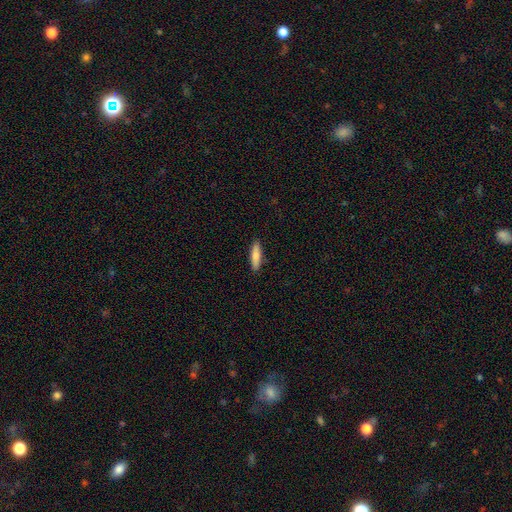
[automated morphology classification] Q: Smooth or featured?
A: smooth (80%); runner-up: featured or disk (14%)
Q: How rounded?
A: cigar-shaped (74%); runner-up: in between (25%)
Q: Merging?
A: none (89%); runner-up: minor disturbance (8%)